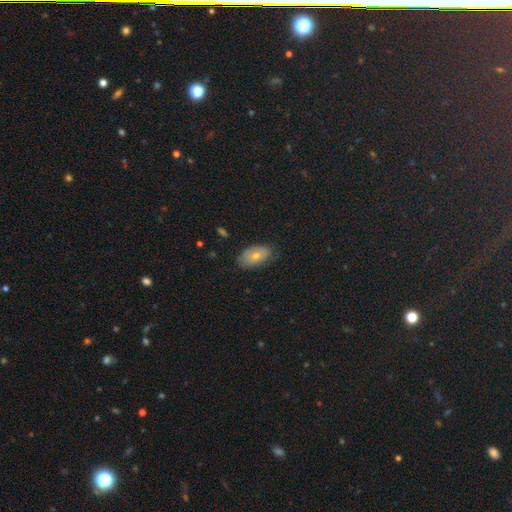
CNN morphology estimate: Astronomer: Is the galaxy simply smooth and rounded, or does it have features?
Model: smooth — 62%.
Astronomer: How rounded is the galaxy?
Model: in between — 91%.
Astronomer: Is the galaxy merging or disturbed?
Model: none — 71%.